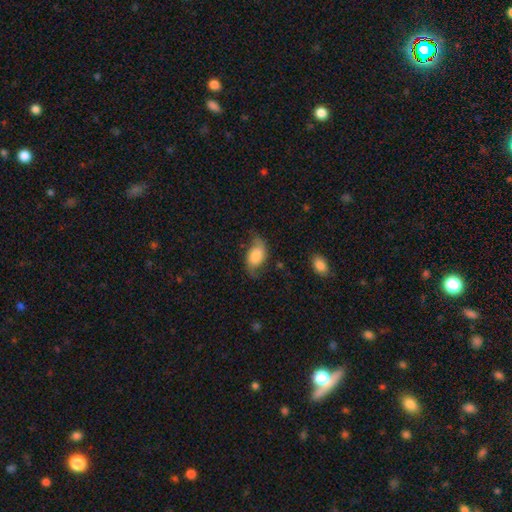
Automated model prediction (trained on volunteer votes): Q: Smooth or featured?
A: smooth (56%); runner-up: featured or disk (35%)
Q: How rounded?
A: in between (90%); runner-up: round (7%)
Q: Merging?
A: none (56%); runner-up: minor disturbance (28%)